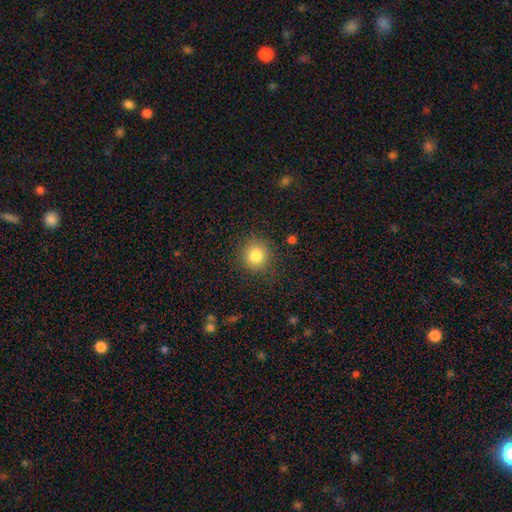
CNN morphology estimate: smooth_or_featured: smooth (p=0.82) [alt: star or artifact p=0.11]
how_rounded: round (p=0.92) [alt: in between p=0.08]
merging: none (p=0.87) [alt: minor disturbance p=0.09]